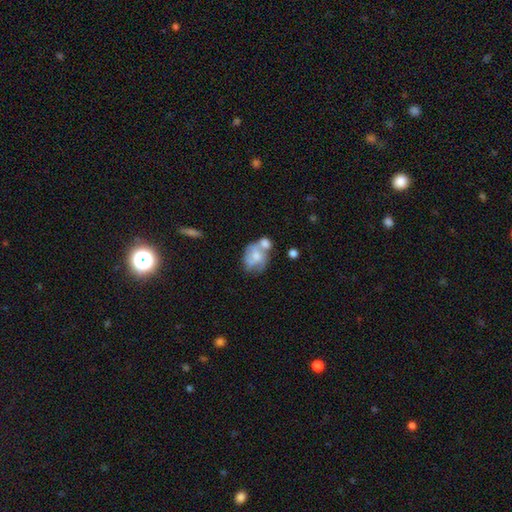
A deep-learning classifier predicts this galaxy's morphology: This appears to be a featured or disk galaxy (50%). Merging: merger (48%).